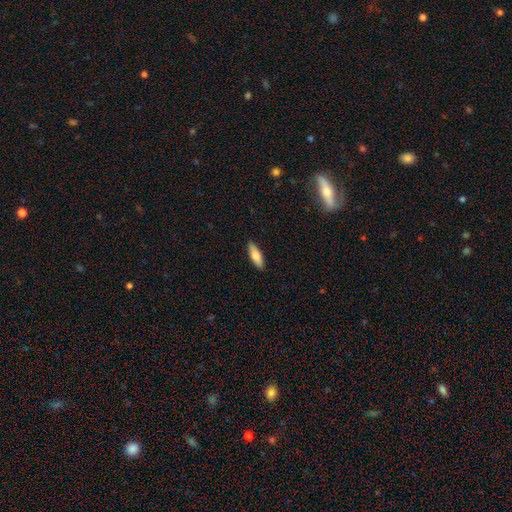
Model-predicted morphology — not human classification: Q: Smooth or featured?
A: smooth (72%); runner-up: featured or disk (22%)
Q: How rounded?
A: in between (49%); tied with: cigar-shaped (49%)
Q: Merging?
A: none (89%); runner-up: minor disturbance (8%)